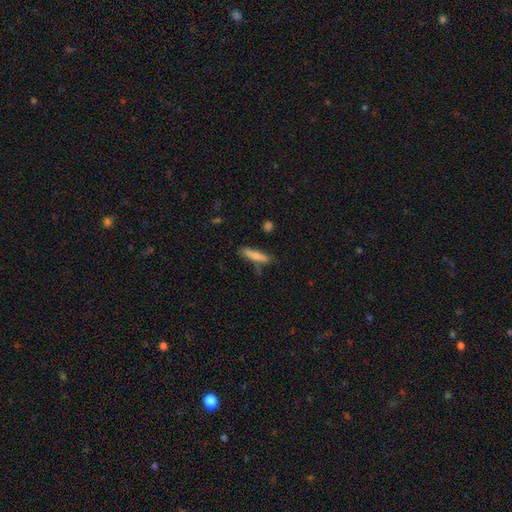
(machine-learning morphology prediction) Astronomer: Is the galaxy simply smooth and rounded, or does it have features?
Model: smooth — 74%.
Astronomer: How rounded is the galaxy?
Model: cigar-shaped — 83%.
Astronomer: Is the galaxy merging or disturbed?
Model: none — 69%.